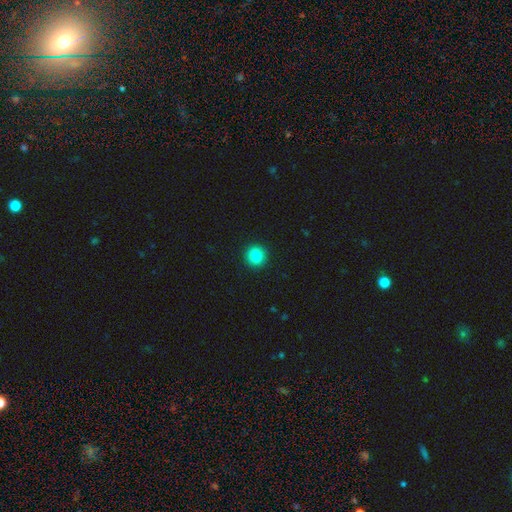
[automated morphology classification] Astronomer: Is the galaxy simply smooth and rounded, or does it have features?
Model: smooth — 85%.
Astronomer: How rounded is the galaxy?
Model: round — 92%.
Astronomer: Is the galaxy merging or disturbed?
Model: none — 93%.